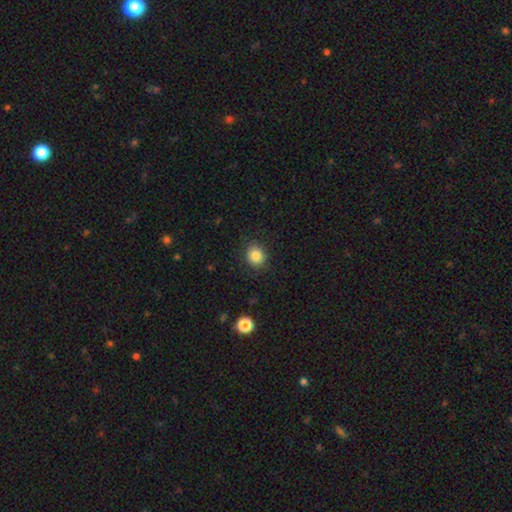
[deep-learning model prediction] smooth-or-featured: smooth: 85% | star or artifact: 10% | featured or disk: 5%
  how-rounded: round: 76% | in between: 23% | cigar-shaped: 1%
  merging: none: 87% | minor disturbance: 9% | major disturbance: 3% | merger: 1%